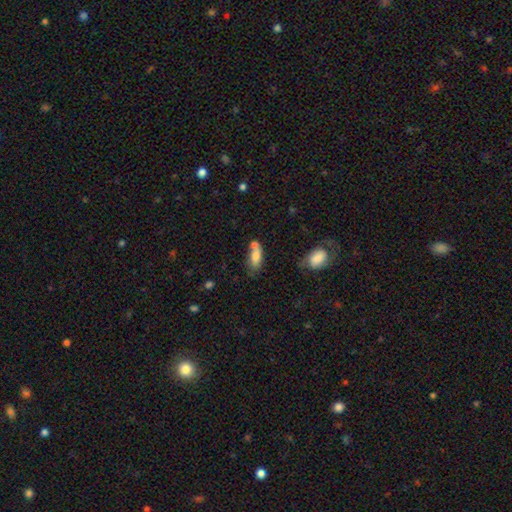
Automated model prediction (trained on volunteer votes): Smooth or featured: smooth — 75% (featured or disk — 17%)
How rounded: in between — 78% (cigar-shaped — 18%)
Merging: none — 38% (merger — 37%)